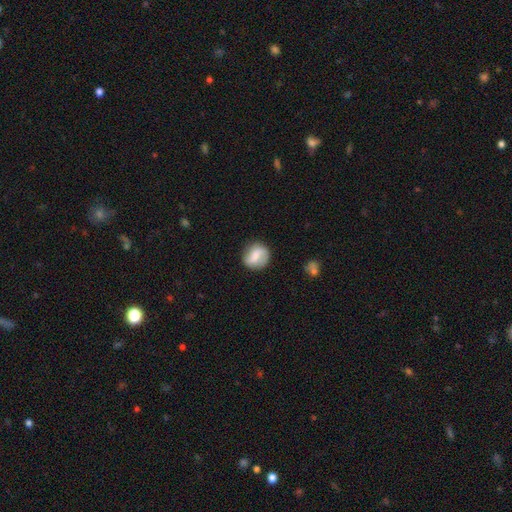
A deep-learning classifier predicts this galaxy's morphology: smooth-or-featured: smooth: 51% | featured or disk: 41% | star or artifact: 7%
  how-rounded: round: 79% | in between: 19% | cigar-shaped: 2%
  merging: none: 80% | minor disturbance: 14% | major disturbance: 4% | merger: 2%